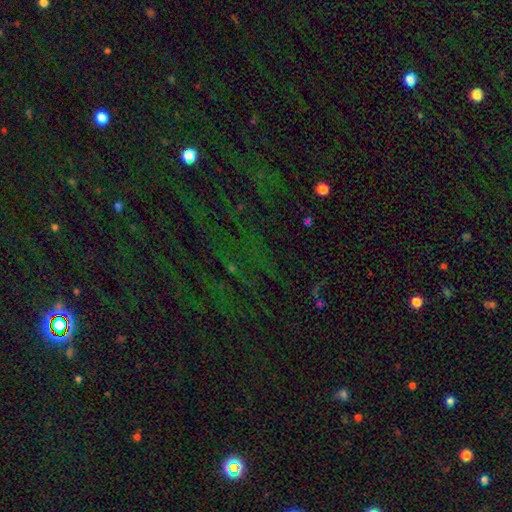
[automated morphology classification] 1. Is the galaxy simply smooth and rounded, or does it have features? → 75% star or artifact, 16% smooth, 9% featured or disk.